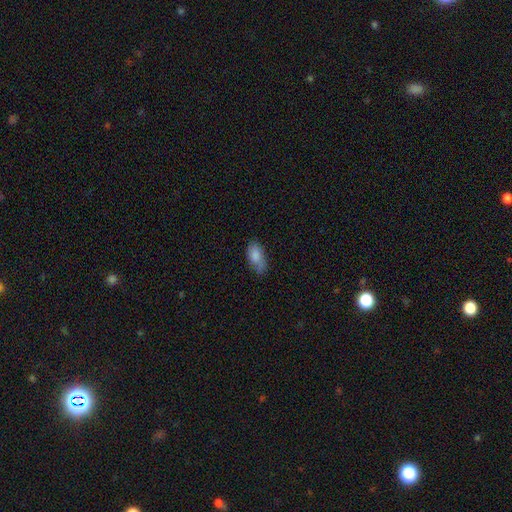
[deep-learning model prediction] smooth 83%, featured or disk 10%, star or artifact 7%. Down the decision tree: how rounded — in between (91%); merging — none (62%).